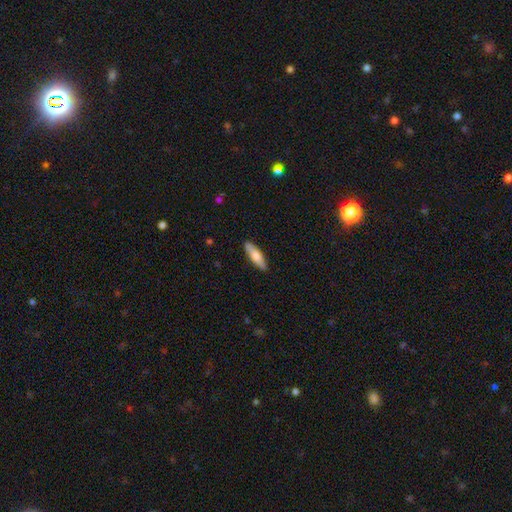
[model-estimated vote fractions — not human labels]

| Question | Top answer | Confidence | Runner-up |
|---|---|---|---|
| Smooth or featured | smooth | 70% | featured or disk (25%) |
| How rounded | cigar-shaped | 59% | in between (39%) |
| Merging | none | 87% | minor disturbance (10%) |